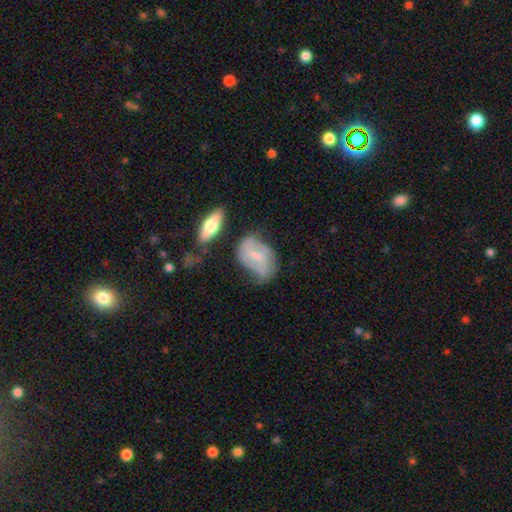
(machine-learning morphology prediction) featured or disk 52%, smooth 41%, star or artifact 7%. Down the decision tree: edge-on disk — no (93%); merging — none (47%).